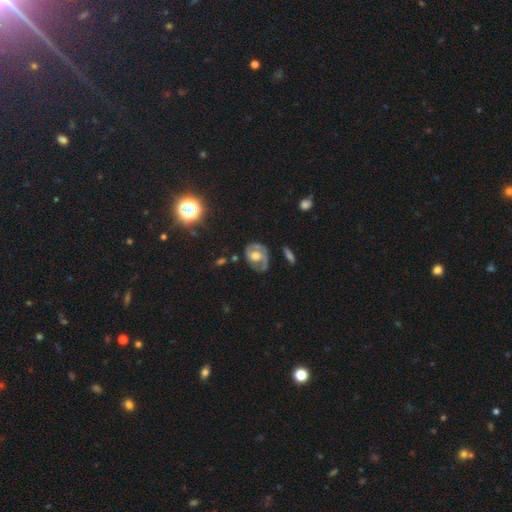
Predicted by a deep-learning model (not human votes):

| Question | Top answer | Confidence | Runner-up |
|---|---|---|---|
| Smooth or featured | featured or disk | 71% | smooth (22%) |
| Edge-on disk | no | 96% | yes (4%) |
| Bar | no | 60% | weak (31%) |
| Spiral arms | yes | 83% | no (17%) |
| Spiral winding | medium | 45% | tight (37%) |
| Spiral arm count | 2 | 67% | can't tell (14%) |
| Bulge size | moderate | 66% | large (19%) |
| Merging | none | 60% | minor disturbance (24%) |